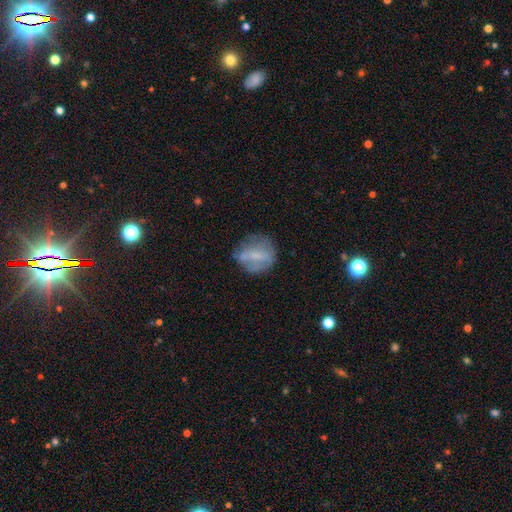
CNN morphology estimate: Smooth or featured: featured or disk — 45% (tied with smooth — 45%)
Merging: none — 64% (minor disturbance — 22%)